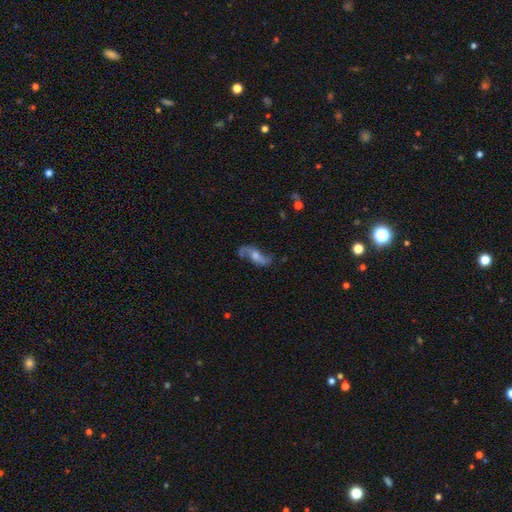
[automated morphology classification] The model was most divided on "bar": no: 54%, weak: 33%, strong: 13%. More confident: spiral arms — yes (93%); spiral arm count — 2 (90%); edge-on disk — no (88%); smooth or featured — featured or disk (80%); merging — none (72%); spiral winding — loose (70%); bulge size — moderate (57%).